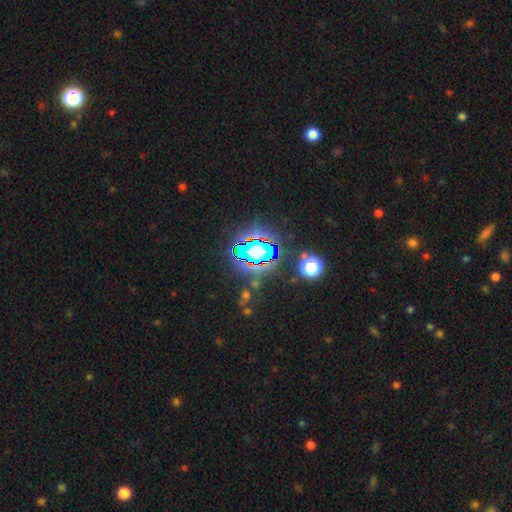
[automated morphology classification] smooth-or-featured: star or artifact: 80% | smooth: 11% | featured or disk: 8%